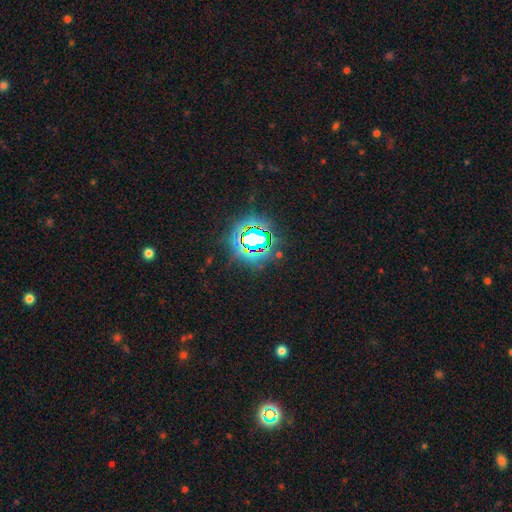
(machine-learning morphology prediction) type=star or artifact (81%).